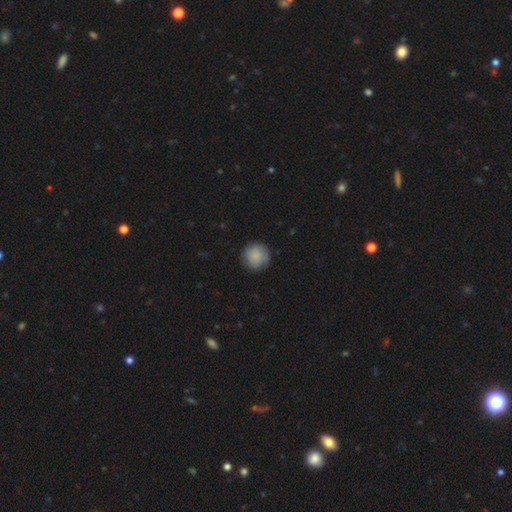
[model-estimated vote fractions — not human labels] Smooth or featured? Predicted: smooth (p=0.85). How rounded? Predicted: round (p=0.94). Merging? Predicted: none (p=0.84).